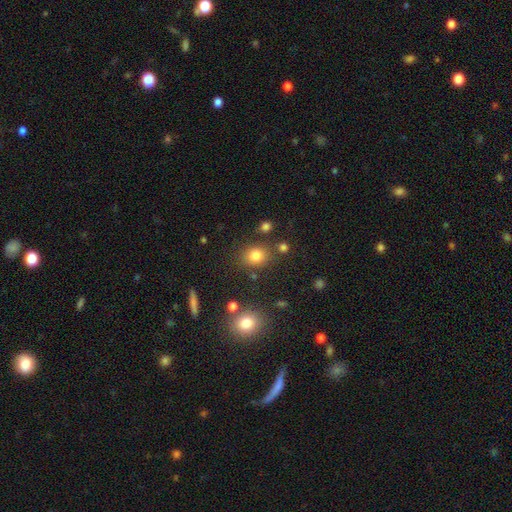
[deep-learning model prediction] The model was most divided on "how rounded": round: 65%, in between: 34%, cigar-shaped: 1%. More confident: smooth or featured — smooth (80%); merging — none (78%).